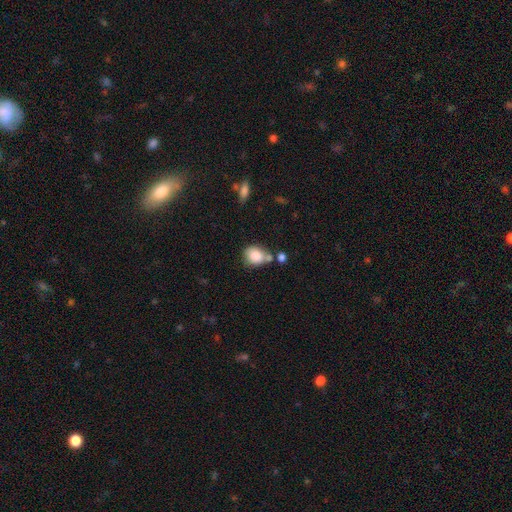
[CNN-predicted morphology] This appears to be a smooth galaxy with no disk features (83%) that is round (63%). Merging: none (50%).